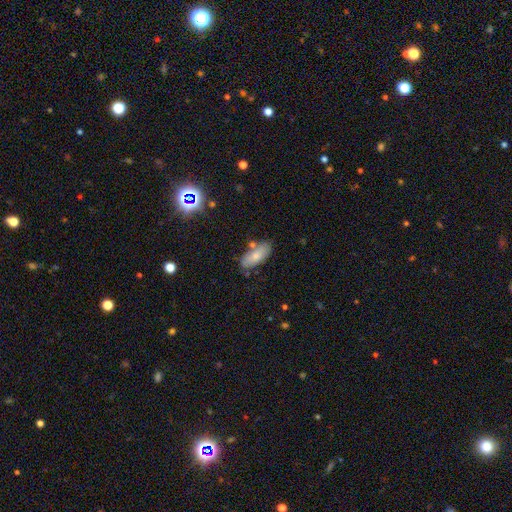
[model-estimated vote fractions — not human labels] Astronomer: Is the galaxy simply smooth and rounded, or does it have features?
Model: smooth — 76%.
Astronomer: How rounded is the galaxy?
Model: in between — 82%.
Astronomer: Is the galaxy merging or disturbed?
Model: none — 71%.